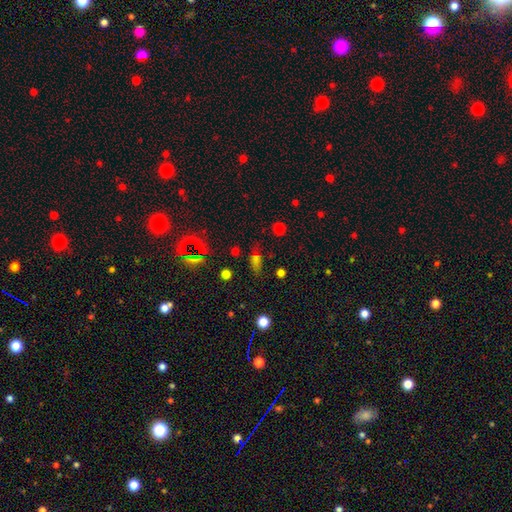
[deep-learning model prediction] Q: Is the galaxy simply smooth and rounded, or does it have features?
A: smooth — 47%.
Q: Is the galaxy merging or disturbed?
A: none — 72%.